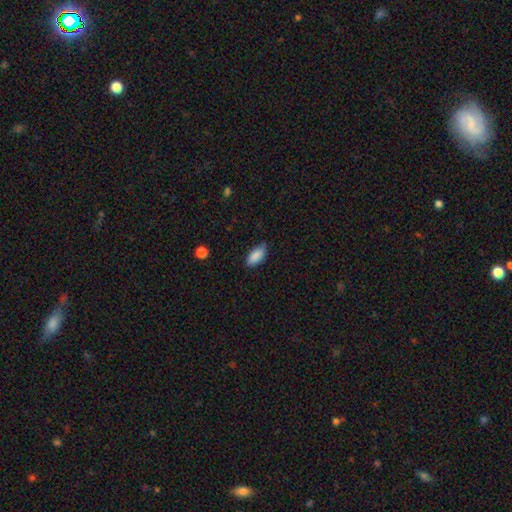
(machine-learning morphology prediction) Smooth or featured: smooth — 88% (star or artifact — 7%)
How rounded: in between — 90% (cigar-shaped — 8%)
Merging: none — 70% (minor disturbance — 25%)